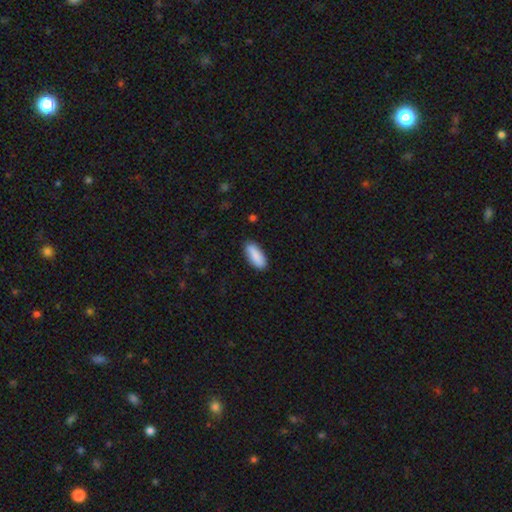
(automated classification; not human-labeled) Smooth or featured?
  - smooth: 88% *
  - featured or disk: 7%
  - star or artifact: 6%
How rounded?
  - in between: 75% *
  - cigar-shaped: 23%
  - round: 2%
Merging?
  - none: 85% *
  - minor disturbance: 11%
  - major disturbance: 2%
  - merger: 1%